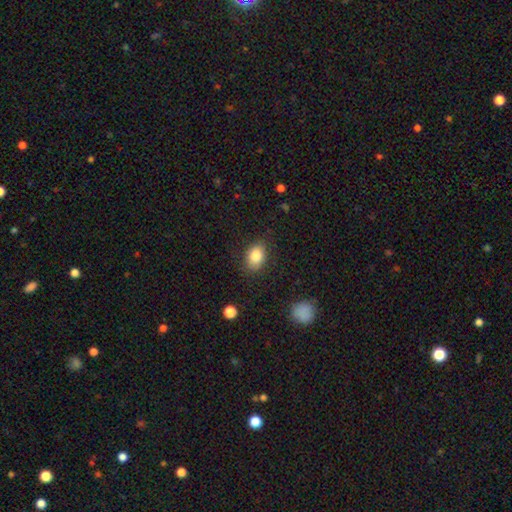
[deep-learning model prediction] smooth-or-featured: smooth: 84% | star or artifact: 8% | featured or disk: 8%
  how-rounded: in between: 79% | round: 20% | cigar-shaped: 1%
  merging: none: 82% | minor disturbance: 13% | major disturbance: 4% | merger: 1%